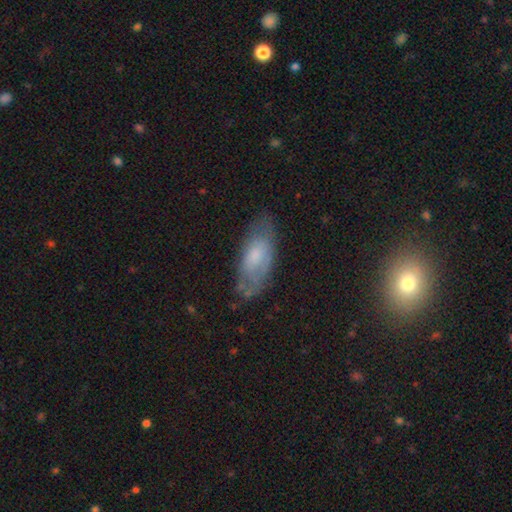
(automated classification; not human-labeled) Smooth or featured? Predicted: smooth (p=0.53). How rounded? Predicted: in between (p=0.82). Merging? Predicted: none (p=0.66).